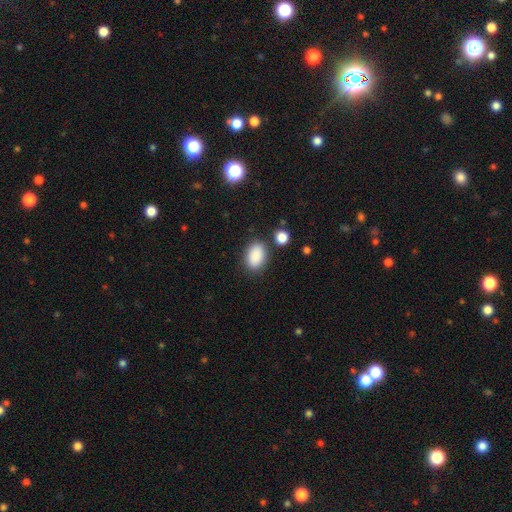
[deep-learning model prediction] Morphology: type=smooth (89%); roundness=in between (89%); merging=none (81%).